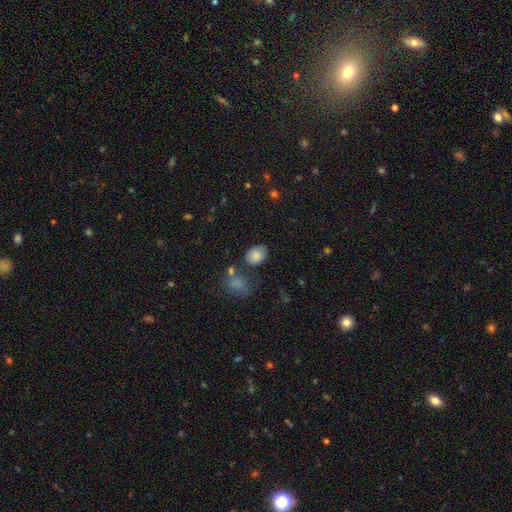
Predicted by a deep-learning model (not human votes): smooth-or-featured: smooth: 84% | star or artifact: 9% | featured or disk: 6%
  how-rounded: in between: 68% | round: 31% | cigar-shaped: 1%
  merging: none: 73% | minor disturbance: 15% | merger: 7% | major disturbance: 4%